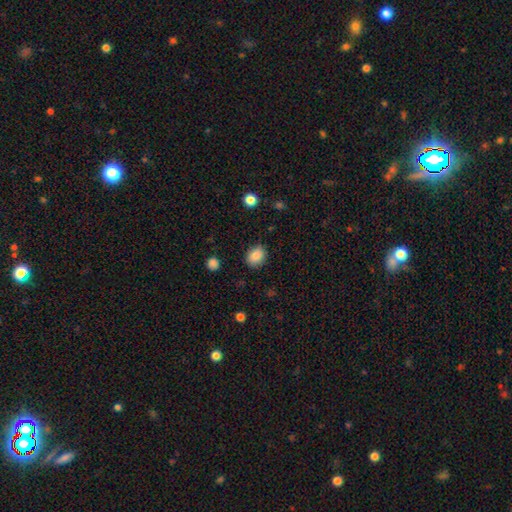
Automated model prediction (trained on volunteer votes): The model was most divided on "how rounded": in between: 52%, round: 48%, cigar-shaped: 1%. More confident: smooth or featured — smooth (86%); merging — none (84%).